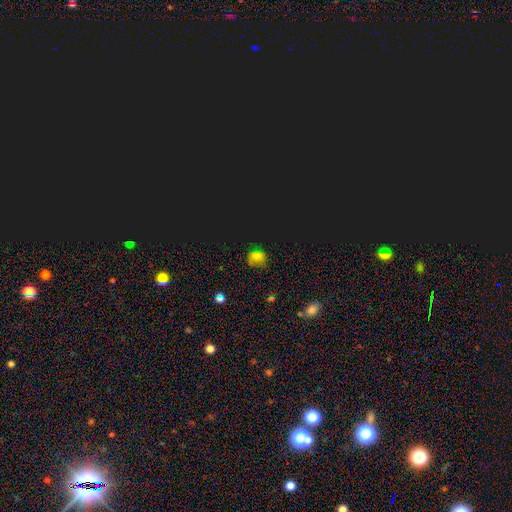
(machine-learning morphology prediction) Overall: star or artifact (44%; smooth 43%).